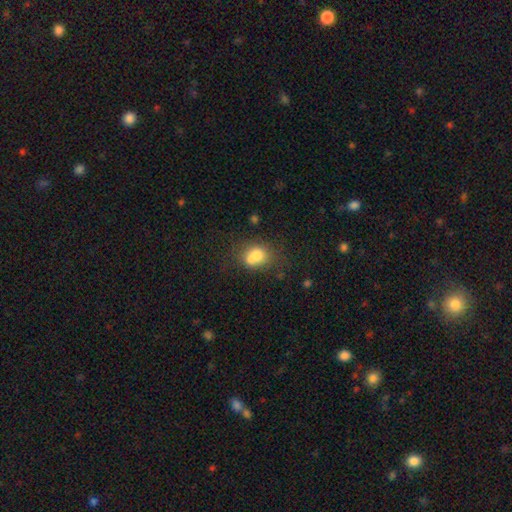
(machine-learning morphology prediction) A smooth galaxy with no disk features (70%) that is round (52%). Merging: merger (43%).